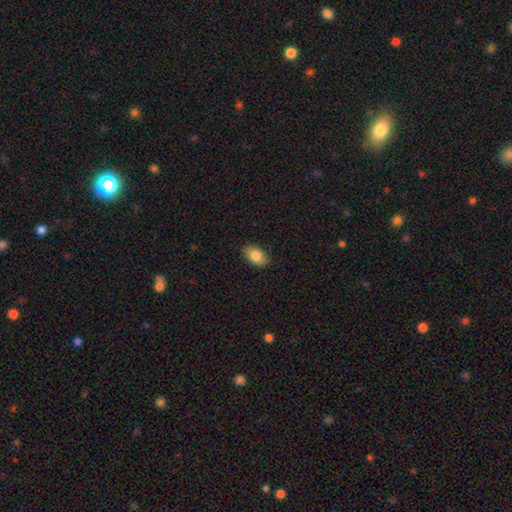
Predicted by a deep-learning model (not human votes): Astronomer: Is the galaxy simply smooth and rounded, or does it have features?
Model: smooth — 84%.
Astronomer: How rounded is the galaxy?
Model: in between — 88%.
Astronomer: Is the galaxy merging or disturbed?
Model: none — 86%.